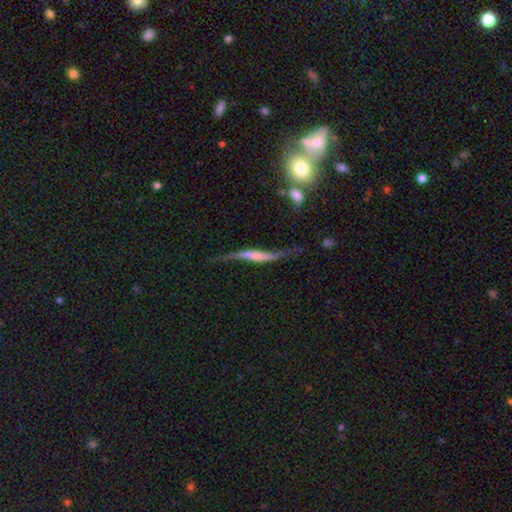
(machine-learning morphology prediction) Q: Smooth or featured?
A: featured or disk (77%); runner-up: smooth (16%)
Q: Edge-on disk?
A: no (55%); runner-up: yes (45%)
Q: Merging?
A: none (47%); runner-up: major disturbance (22%)